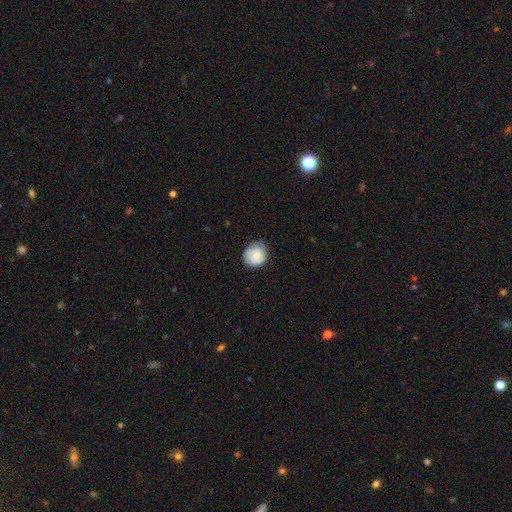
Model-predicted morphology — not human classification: Smooth or featured?
  - smooth: 76% *
  - featured or disk: 17%
  - star or artifact: 7%
How rounded?
  - round: 84% *
  - in between: 15%
  - cigar-shaped: 1%
Merging?
  - none: 76% *
  - minor disturbance: 19%
  - major disturbance: 4%
  - merger: 1%